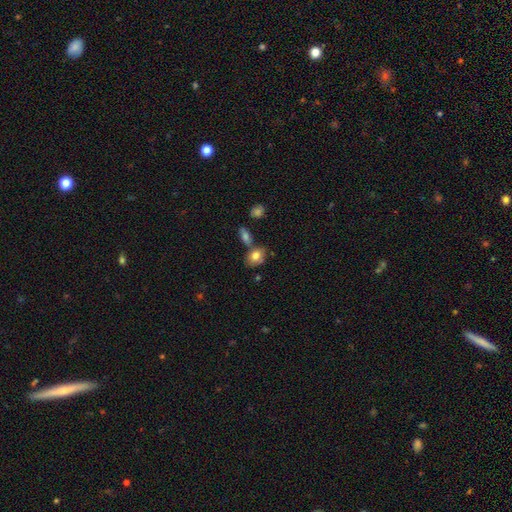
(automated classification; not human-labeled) Smooth or featured? smooth (77%)
How rounded? in between (70%)
Merging? none (56%)